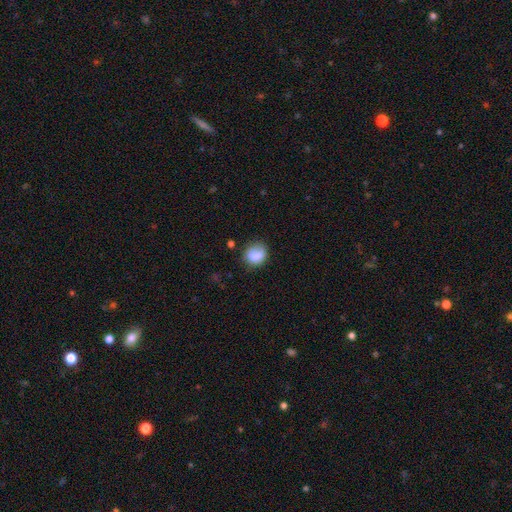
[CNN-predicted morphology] Smooth or featured?
  - smooth: 80% *
  - featured or disk: 11%
  - star or artifact: 9%
How rounded?
  - round: 67% *
  - in between: 31%
  - cigar-shaped: 1%
Merging?
  - none: 66% *
  - minor disturbance: 23%
  - major disturbance: 7%
  - merger: 4%